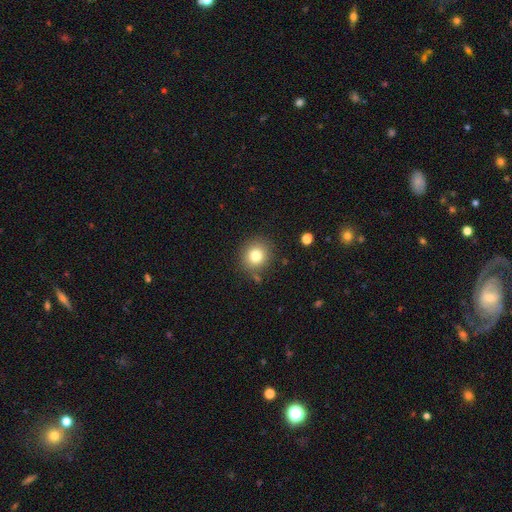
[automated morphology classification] smooth 80%, star or artifact 12%, featured or disk 9%. Down the decision tree: how rounded — round (87%); merging — none (85%).